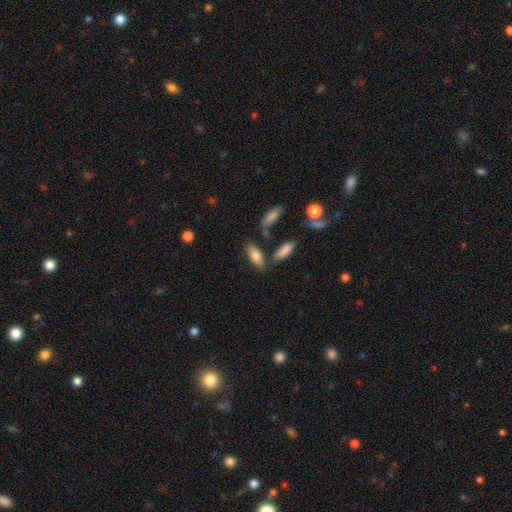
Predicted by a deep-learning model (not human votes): Morphology: type=smooth (77%); roundness=in between (81%); merging=none (66%).